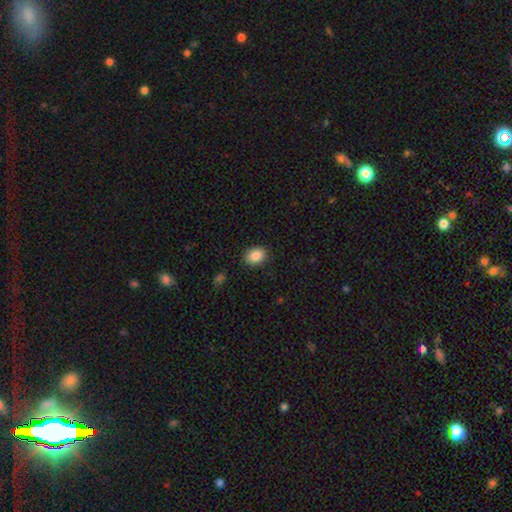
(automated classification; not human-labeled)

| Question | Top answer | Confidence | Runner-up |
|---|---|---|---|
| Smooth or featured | smooth | 86% | star or artifact (8%) |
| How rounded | in between | 60% | round (39%) |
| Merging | none | 89% | minor disturbance (8%) |